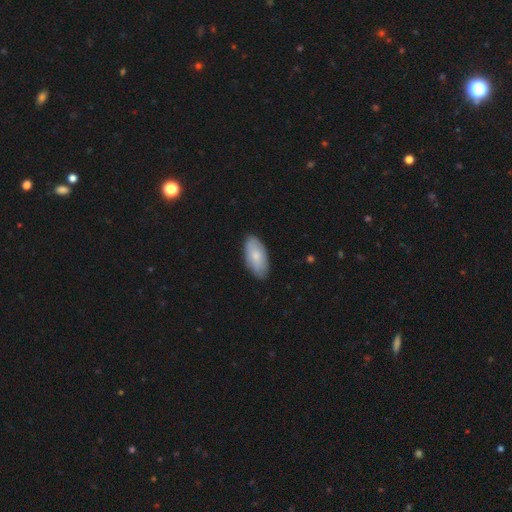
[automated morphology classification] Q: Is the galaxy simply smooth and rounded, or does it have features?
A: smooth — 71%.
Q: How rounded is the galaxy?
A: in between — 93%.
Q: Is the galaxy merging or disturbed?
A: none — 83%.